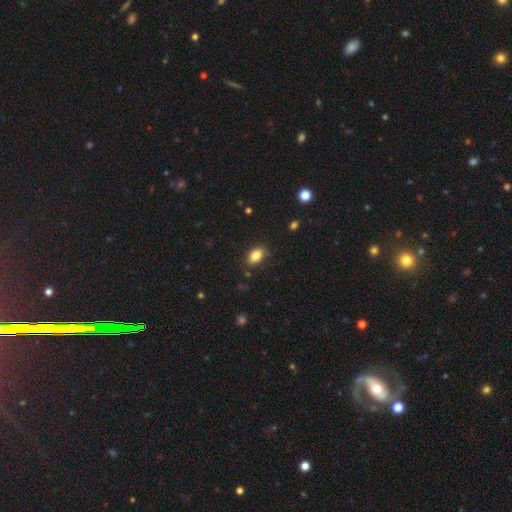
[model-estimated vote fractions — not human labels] A smooth galaxy with no disk features (84%) that is in between round and cigar-shaped (88%). Merging: none (84%).